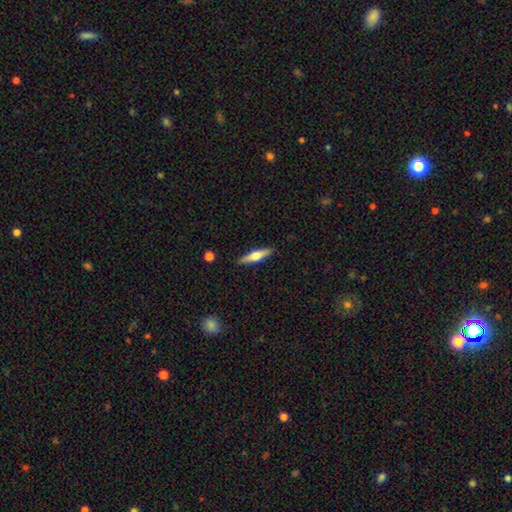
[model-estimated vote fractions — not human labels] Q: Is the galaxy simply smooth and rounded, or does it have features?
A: smooth — 48%.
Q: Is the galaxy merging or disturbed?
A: none — 89%.